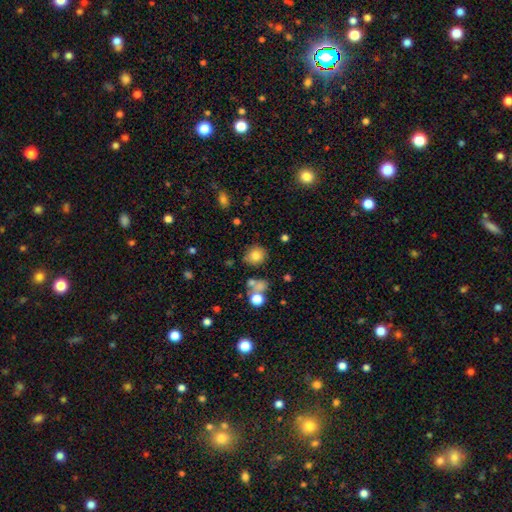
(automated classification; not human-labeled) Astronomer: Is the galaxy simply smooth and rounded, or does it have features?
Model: smooth — 78%.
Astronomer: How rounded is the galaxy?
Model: round — 82%.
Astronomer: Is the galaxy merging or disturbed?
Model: none — 75%.